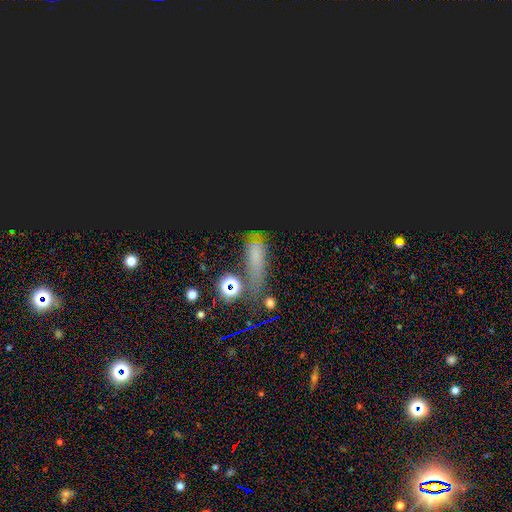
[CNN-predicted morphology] star or artifact 48%, smooth 32%, featured or disk 20%.